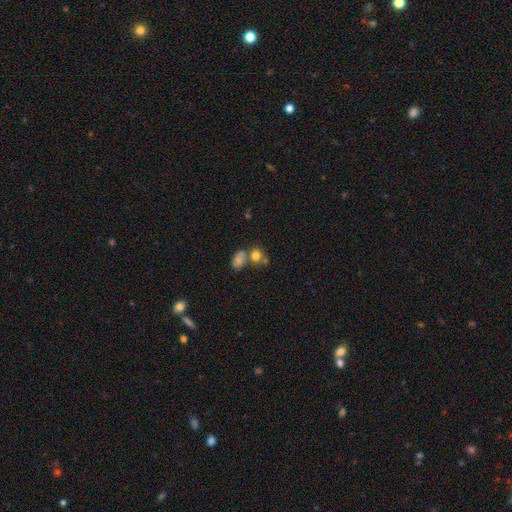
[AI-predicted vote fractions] Smooth or featured: smooth — 76% (star or artifact — 13%)
How rounded: round — 68% (in between — 30%)
Merging: none — 44% (merger — 41%)